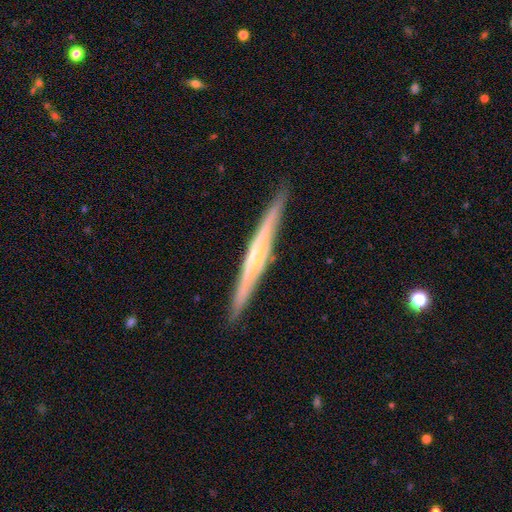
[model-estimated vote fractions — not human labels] The model was most divided on "edge-on bulge": rounded: 59%, none: 30%, boxy: 10%. More confident: edge-on disk — yes (97%); merging — none (90%); smooth or featured — featured or disk (79%).